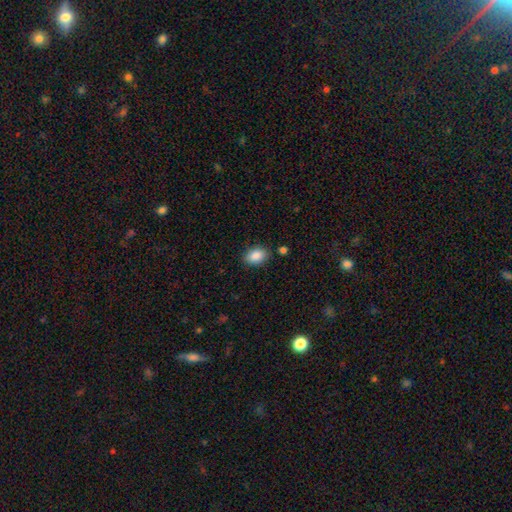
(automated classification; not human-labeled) Morphology: type=smooth (88%); roundness=in between (83%); merging=none (84%).